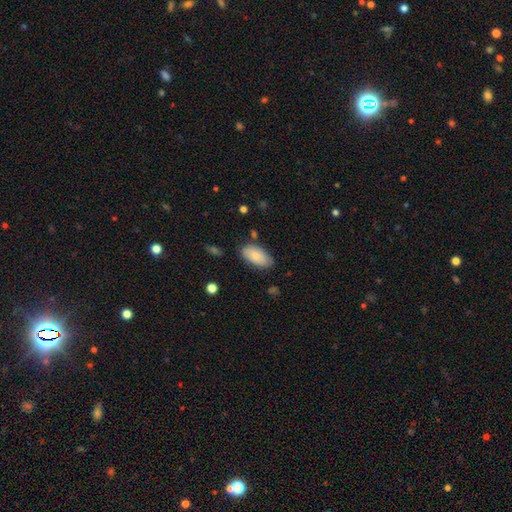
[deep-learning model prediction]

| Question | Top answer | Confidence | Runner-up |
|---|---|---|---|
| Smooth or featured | smooth | 80% | featured or disk (13%) |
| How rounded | in between | 95% | round (3%) |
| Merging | none | 76% | minor disturbance (17%) |